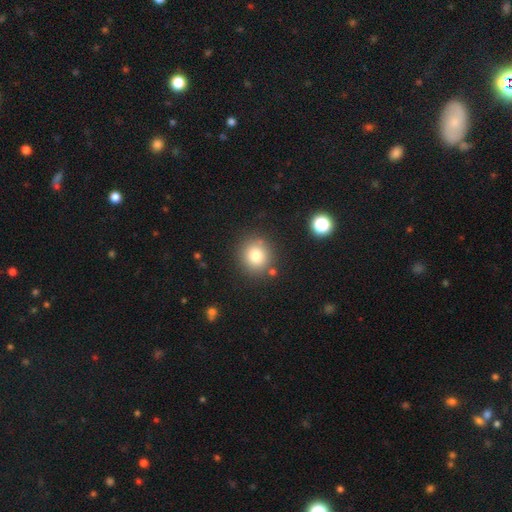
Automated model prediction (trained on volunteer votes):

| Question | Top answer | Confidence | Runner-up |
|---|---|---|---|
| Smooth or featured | smooth | 79% | star or artifact (12%) |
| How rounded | round | 88% | in between (11%) |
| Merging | none | 84% | minor disturbance (9%) |